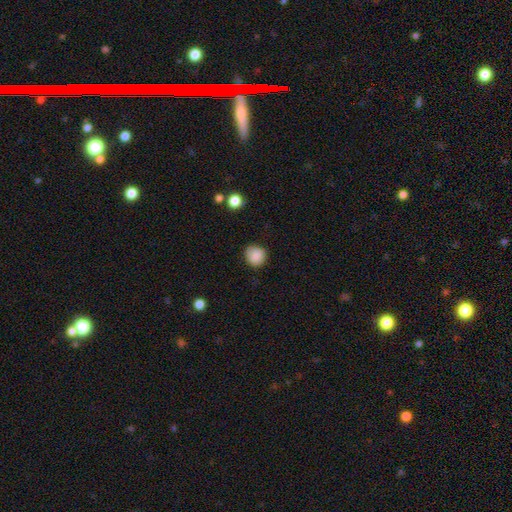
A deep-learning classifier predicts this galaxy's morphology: The model was most divided on "merging": none: 80%, minor disturbance: 15%, major disturbance: 3%, merger: 1%. More confident: smooth or featured — smooth (87%); how rounded — round (85%).